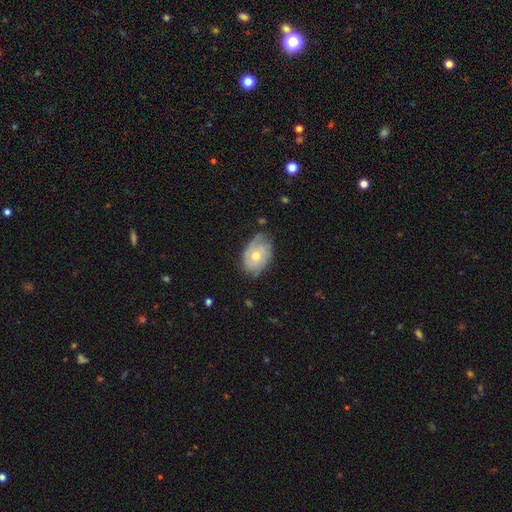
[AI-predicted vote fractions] Smooth or featured? Predicted: featured or disk (p=0.58). Edge-on disk? Predicted: no (p=0.95). Bar? Predicted: no (p=0.85). Spiral arms? Predicted: yes (p=0.75). Bulge size? Predicted: moderate (p=0.67). Merging? Predicted: none (p=0.66).